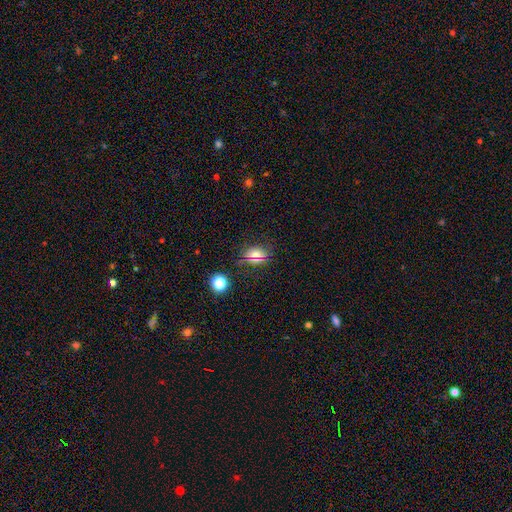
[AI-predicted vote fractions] smooth 59%, star or artifact 30%, featured or disk 11%. Down the decision tree: how rounded — in between (50%); merging — none (83%).